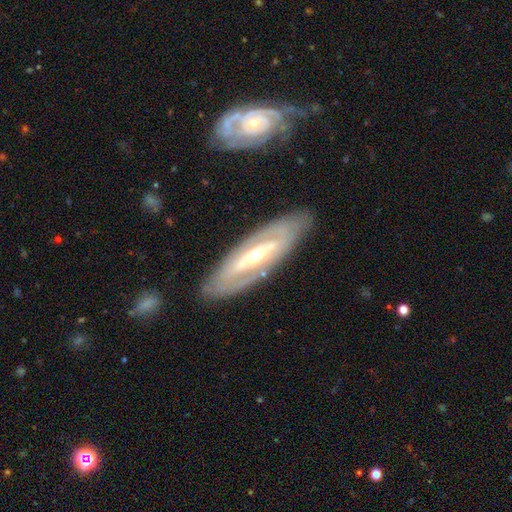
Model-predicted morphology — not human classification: Q: Smooth or featured?
A: featured or disk (77%); runner-up: smooth (18%)
Q: Edge-on disk?
A: no (80%); runner-up: yes (20%)
Q: Bar?
A: strong (39%); runner-up: no (31%)
Q: Spiral arms?
A: yes (62%); runner-up: no (38%)
Q: Bulge size?
A: moderate (54%); runner-up: small (41%)
Q: Merging?
A: none (83%); runner-up: minor disturbance (11%)